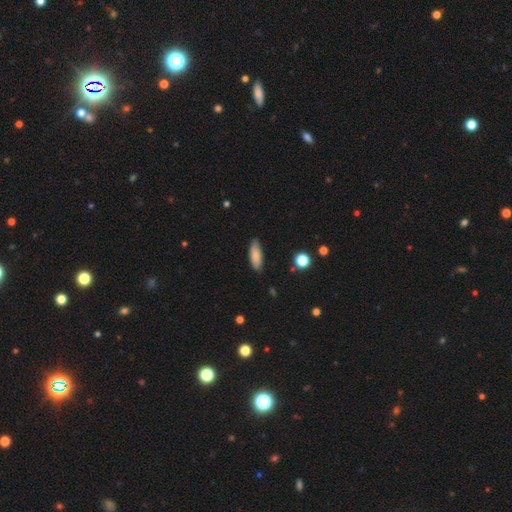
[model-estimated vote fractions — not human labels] Q: Smooth or featured?
A: smooth (83%); runner-up: featured or disk (11%)
Q: How rounded?
A: in between (62%); runner-up: cigar-shaped (36%)
Q: Merging?
A: none (84%); runner-up: minor disturbance (12%)